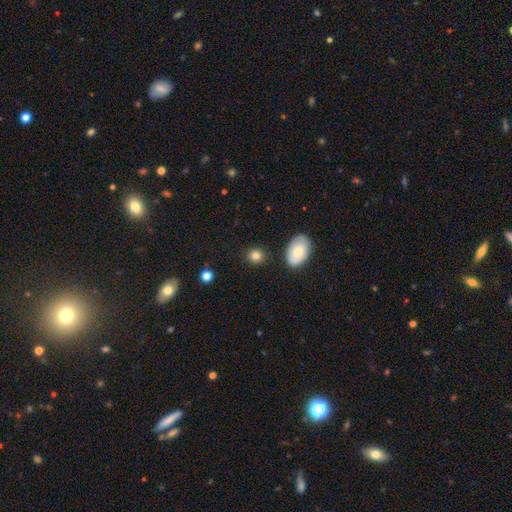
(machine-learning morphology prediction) A smooth galaxy with no disk features (83%) that is round (78%).

Vote fractions:
- Smooth or featured? smooth: 83% / star or artifact: 10% / featured or disk: 7%
- How rounded? round: 78% / in between: 20% / cigar-shaped: 1%
- Merging? none: 86% / minor disturbance: 8% / merger: 3% / major disturbance: 2%